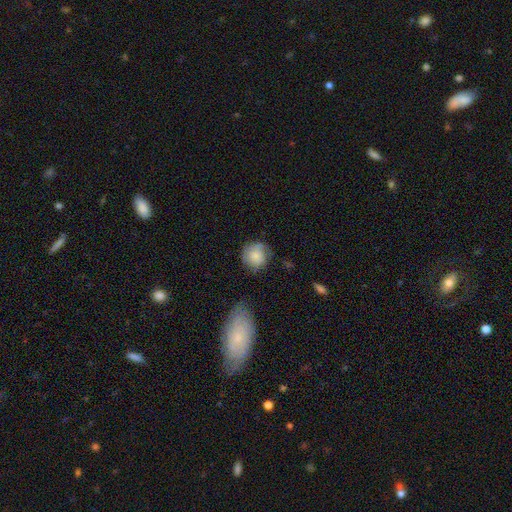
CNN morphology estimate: Smooth or featured?
  - smooth: 77% *
  - featured or disk: 16%
  - star or artifact: 7%
How rounded?
  - round: 89% *
  - in between: 10%
  - cigar-shaped: 1%
Merging?
  - none: 64% *
  - minor disturbance: 25%
  - major disturbance: 8%
  - merger: 3%